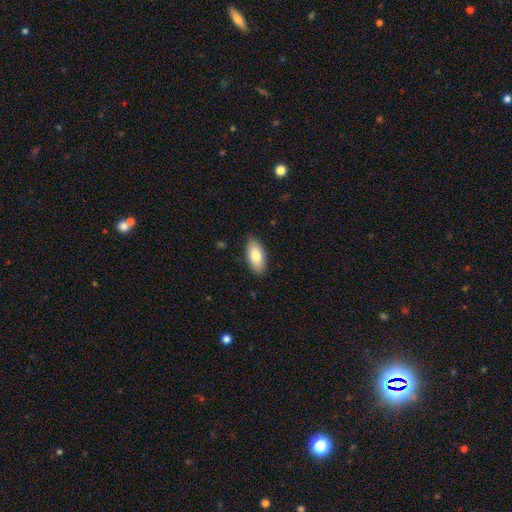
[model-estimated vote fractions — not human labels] Smooth or featured? smooth (80%)
How rounded? in between (90%)
Merging? none (87%)